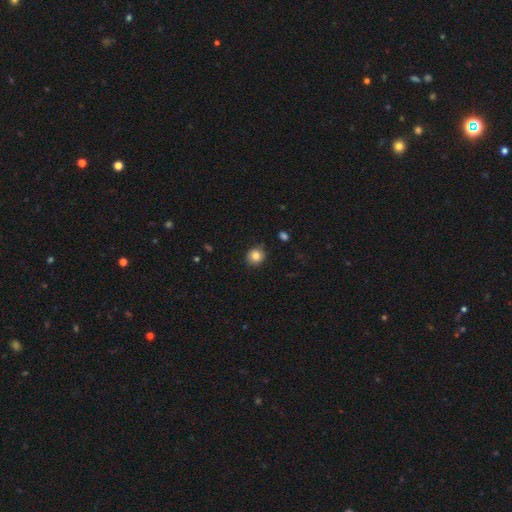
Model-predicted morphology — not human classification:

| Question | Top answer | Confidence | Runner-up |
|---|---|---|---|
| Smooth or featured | smooth | 84% | star or artifact (10%) |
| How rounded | round | 86% | in between (13%) |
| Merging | none | 86% | minor disturbance (11%) |